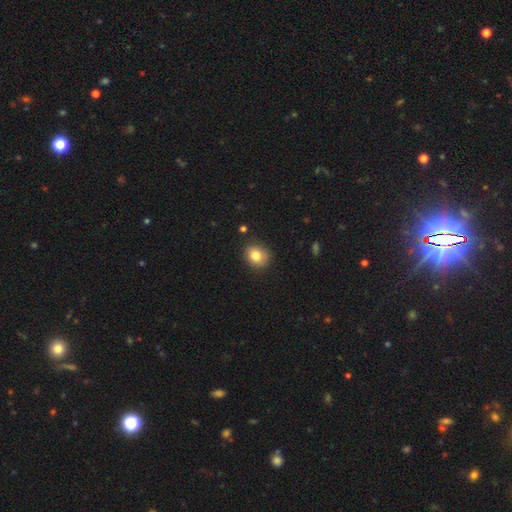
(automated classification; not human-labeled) Overall: smooth (82%). How rounded: round (66%; in between 33%). Merging: none (86%).